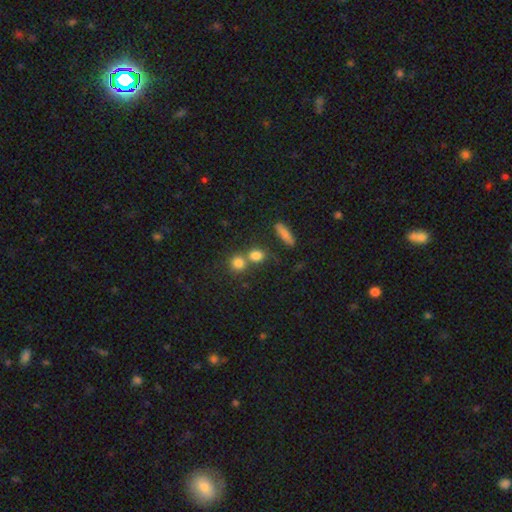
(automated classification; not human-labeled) smooth 79%, star or artifact 13%, featured or disk 8%. Down the decision tree: how rounded — round (69%); merging — none (50%).